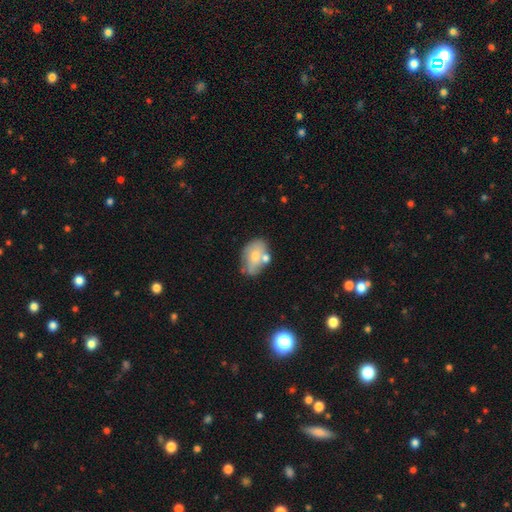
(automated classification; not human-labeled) Smooth or featured: smooth — 58% (featured or disk — 35%)
How rounded: in between — 82% (round — 16%)
Merging: none — 43% (minor disturbance — 24%)